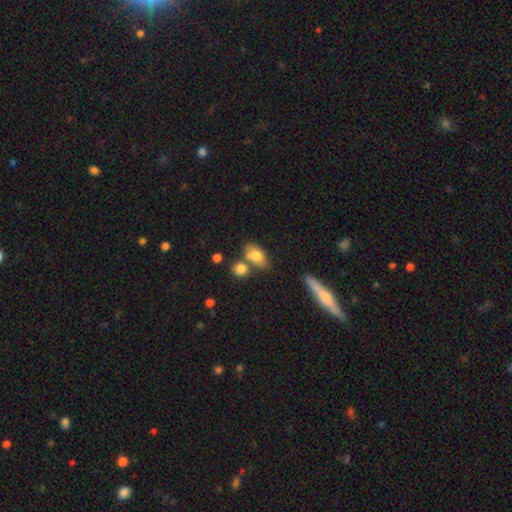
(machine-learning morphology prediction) Smooth or featured?
  - smooth: 75% *
  - featured or disk: 17%
  - star or artifact: 8%
How rounded?
  - in between: 82% *
  - round: 9%
  - cigar-shaped: 8%
Merging?
  - none: 50% *
  - merger: 29%
  - minor disturbance: 16%
  - major disturbance: 6%